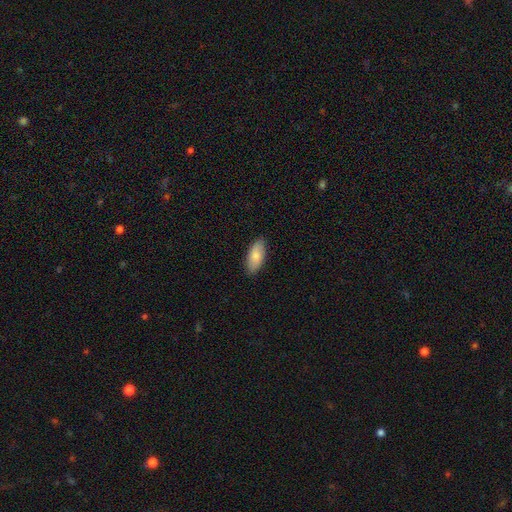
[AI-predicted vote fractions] Morphology: type=smooth (82%); roundness=in between (87%); merging=none (87%).